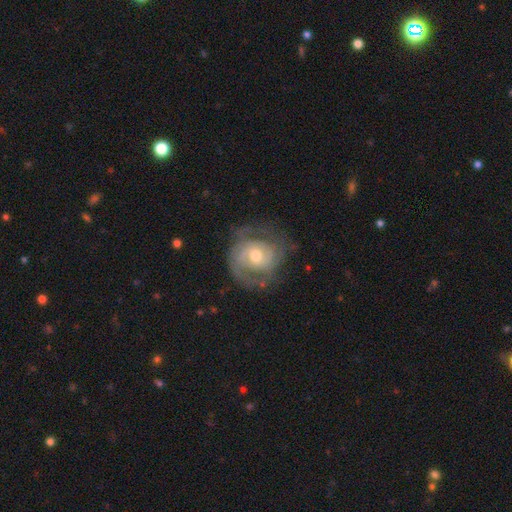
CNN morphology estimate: smooth-or-featured: featured or disk: 81% | smooth: 13% | star or artifact: 5%
  disk-edge-on: no: 98% | yes: 2%
    bar: no: 64% | weak: 30% | strong: 6%
    has-spiral-arms: yes: 92% | no: 8%
      spiral-winding: tight: 52% | medium: 37% | loose: 11%
      spiral-arm-count: 2: 60% | can't tell: 20% | 3: 9% | 1: 6% | 4: 3% | more than 4: 3%
    bulge-size: moderate: 64% | small: 28% | large: 6% | none: 1% | dominant: 1%
  merging: none: 67% | minor disturbance: 19% | major disturbance: 12% | merger: 1%